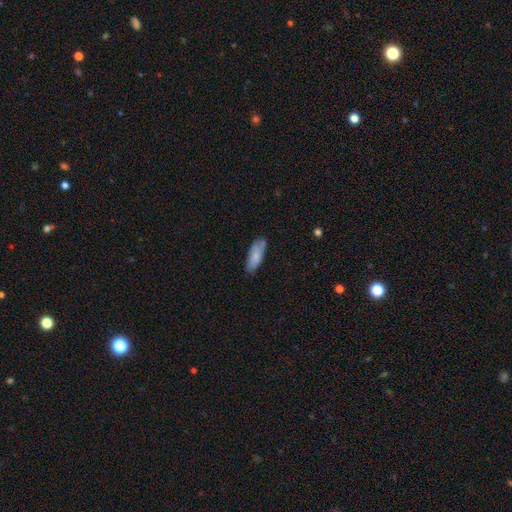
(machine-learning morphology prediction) Overall: smooth (80%). How rounded: in between (66%; cigar-shaped 32%). Merging: none (70%).